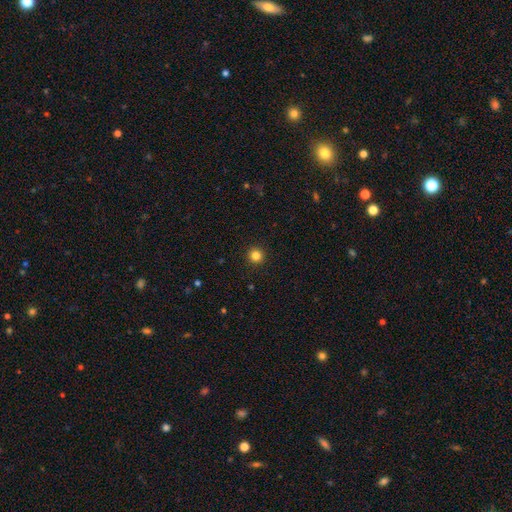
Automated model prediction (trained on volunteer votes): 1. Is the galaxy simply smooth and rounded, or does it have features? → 84% smooth, 12% star or artifact, 4% featured or disk.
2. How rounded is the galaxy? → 95% round, 4% in between, 1% cigar-shaped.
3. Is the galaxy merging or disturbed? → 93% none, 4% minor disturbance, 2% major disturbance, 1% merger.